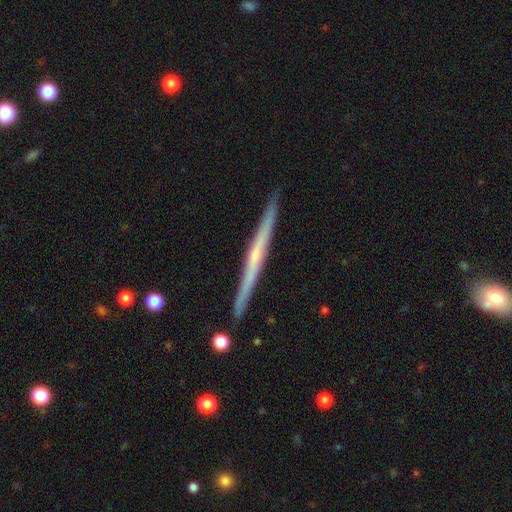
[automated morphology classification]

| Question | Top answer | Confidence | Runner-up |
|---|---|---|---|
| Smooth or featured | featured or disk | 69% | smooth (25%) |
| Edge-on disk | yes | 98% | no (2%) |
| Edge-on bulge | none | 62% | rounded (33%) |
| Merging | none | 91% | minor disturbance (6%) |